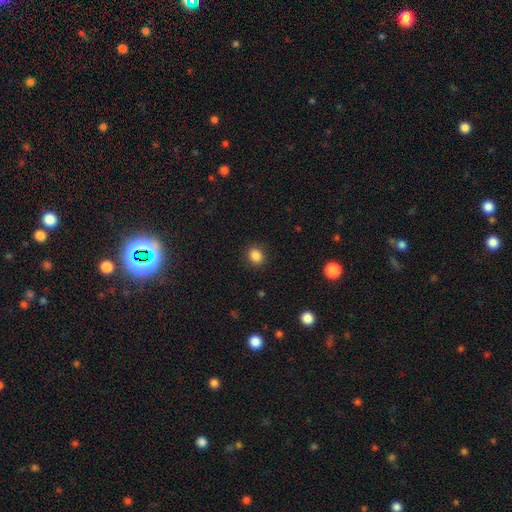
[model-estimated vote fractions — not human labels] Smooth or featured: smooth — 86% (star or artifact — 10%)
How rounded: round — 56% (in between — 43%)
Merging: none — 89% (minor disturbance — 8%)